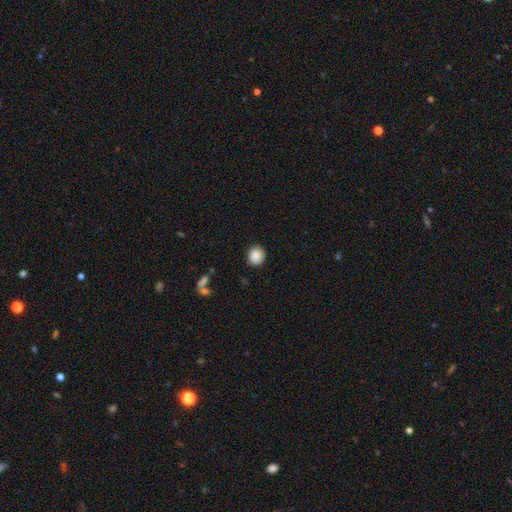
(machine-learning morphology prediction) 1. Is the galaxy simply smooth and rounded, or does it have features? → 88% smooth, 8% star or artifact, 4% featured or disk.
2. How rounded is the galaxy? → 84% round, 15% in between, 1% cigar-shaped.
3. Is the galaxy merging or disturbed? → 87% none, 9% minor disturbance, 2% major disturbance, 2% merger.